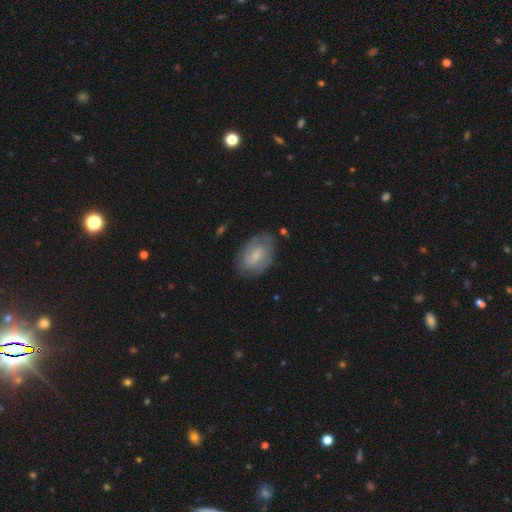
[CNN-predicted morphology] smooth 54%, featured or disk 39%, star or artifact 7%. Down the decision tree: how rounded — in between (85%); merging — none (71%).